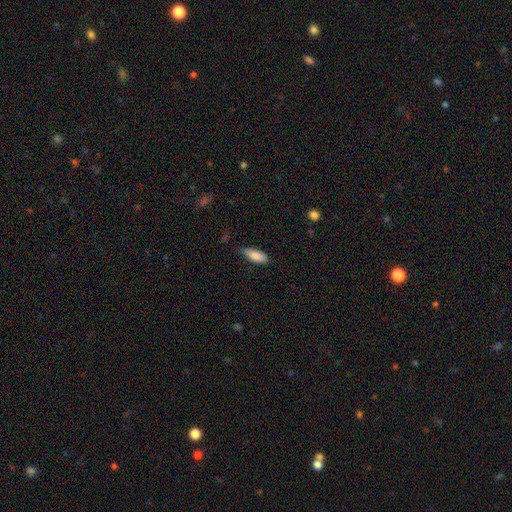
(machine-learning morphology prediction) This is clearly a smooth galaxy (85%). How rounded: likely in between (73%). Merging: likely none (67%).